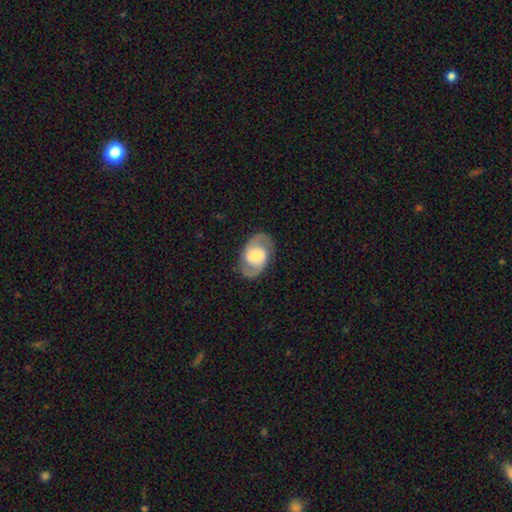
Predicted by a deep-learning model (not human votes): smooth_or_featured: featured or disk (p=0.77) [alt: smooth p=0.18]
disk_edge_on: no (p=0.97) [alt: yes p=0.03]
bar: weak (p=0.49) [alt: no p=0.29]
has_spiral_arms: yes (p=0.91) [alt: no p=0.09]
spiral_winding: medium (p=0.53) [alt: tight p=0.28]
spiral_arm_count: 2 (p=0.91) [alt: can't tell p=0.04]
bulge_size: moderate (p=0.37) [alt: large p=0.29]
merging: none (p=0.83) [alt: minor disturbance p=0.11]